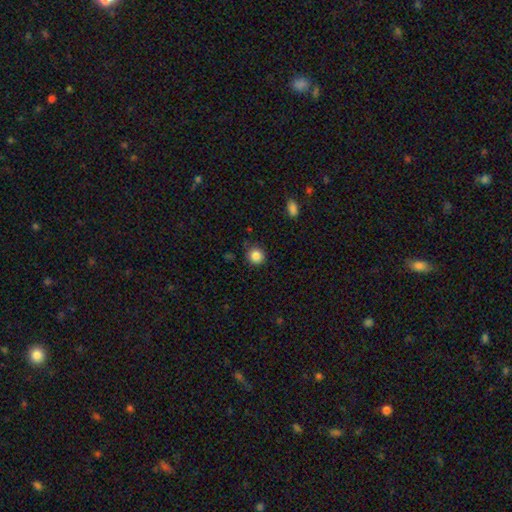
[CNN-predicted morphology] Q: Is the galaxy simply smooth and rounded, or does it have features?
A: smooth — 86%.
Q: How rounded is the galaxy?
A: round — 90%.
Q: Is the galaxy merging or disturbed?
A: none — 86%.